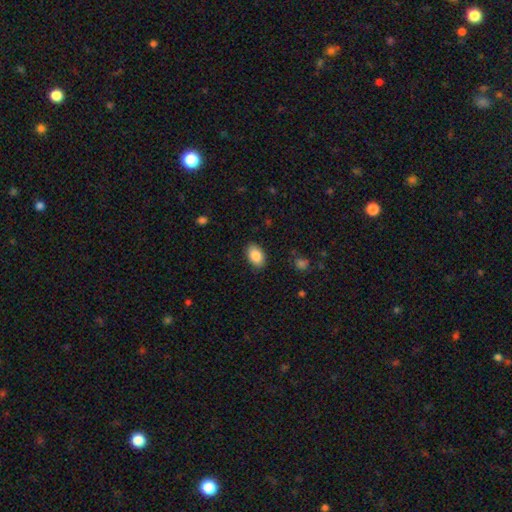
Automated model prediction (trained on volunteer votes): Smooth or featured?
  - smooth: 87% *
  - star or artifact: 7%
  - featured or disk: 6%
How rounded?
  - in between: 90% *
  - round: 9%
  - cigar-shaped: 1%
Merging?
  - none: 87% *
  - minor disturbance: 10%
  - major disturbance: 2%
  - merger: 1%